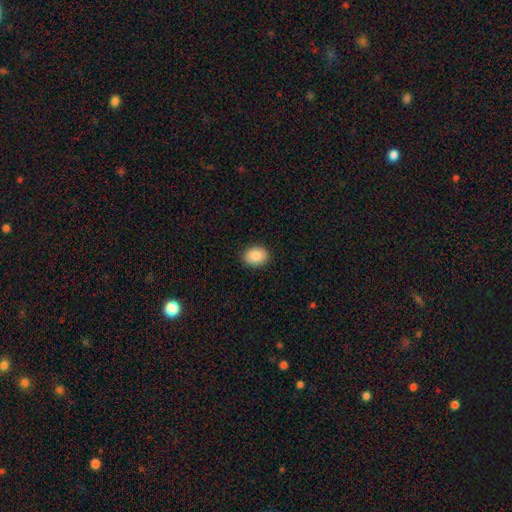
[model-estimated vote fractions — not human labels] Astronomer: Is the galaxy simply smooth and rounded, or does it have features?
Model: smooth — 88%.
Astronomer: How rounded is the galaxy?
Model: in between — 65%.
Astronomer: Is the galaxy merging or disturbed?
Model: none — 90%.